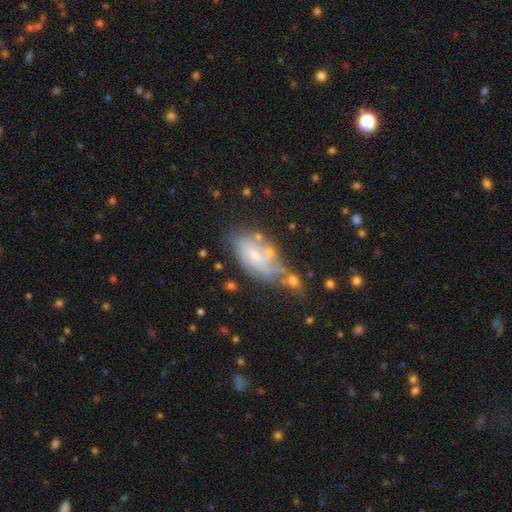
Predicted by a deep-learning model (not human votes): A featured or disk galaxy (48%).

Vote fractions:
- Smooth or featured? featured or disk: 48% / smooth: 42% / star or artifact: 10%
- Merging? none: 42% / minor disturbance: 27% / merger: 17% / major disturbance: 14%